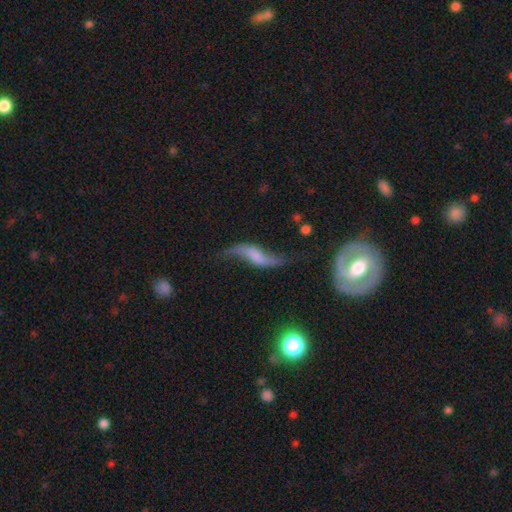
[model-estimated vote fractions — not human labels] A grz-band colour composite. It shows a featured or disk galaxy (77%) with no bar (43%), 2 (93%) loose (95%) spiral arms (92%) and no central bulge (51%). Merging: none (59%).